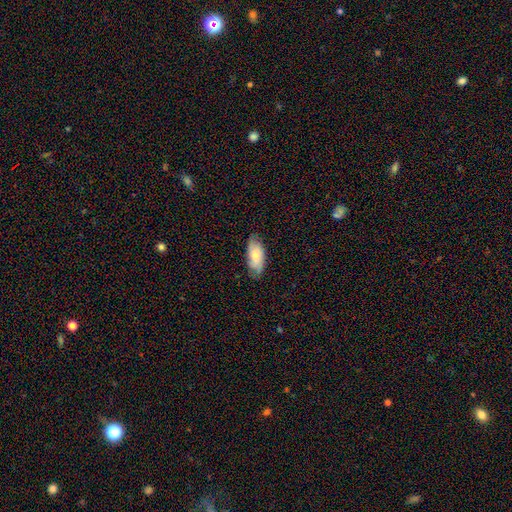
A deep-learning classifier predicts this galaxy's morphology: type=smooth (71%); roundness=in between (88%); merging=none (74%).